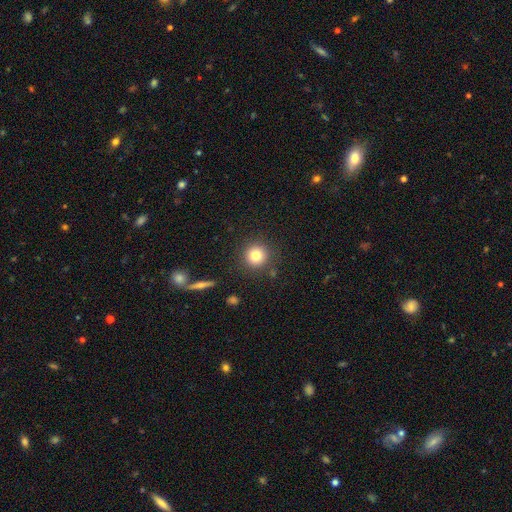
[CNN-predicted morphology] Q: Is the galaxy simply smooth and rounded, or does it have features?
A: smooth — 80%.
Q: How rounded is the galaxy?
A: round — 94%.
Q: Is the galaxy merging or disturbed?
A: none — 88%.